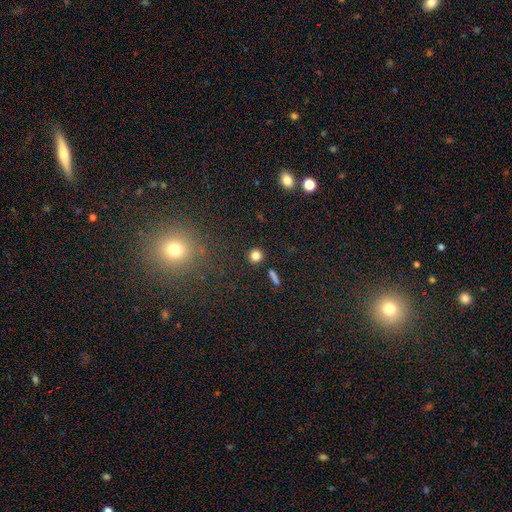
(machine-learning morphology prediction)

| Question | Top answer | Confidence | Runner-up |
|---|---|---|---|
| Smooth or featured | smooth | 82% | star or artifact (12%) |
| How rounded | round | 93% | in between (6%) |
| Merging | none | 90% | minor disturbance (5%) |